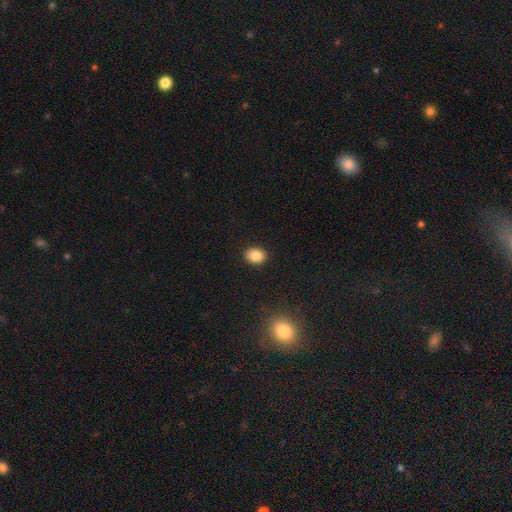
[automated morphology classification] type=smooth (84%); roundness=round (53%); merging=none (91%).